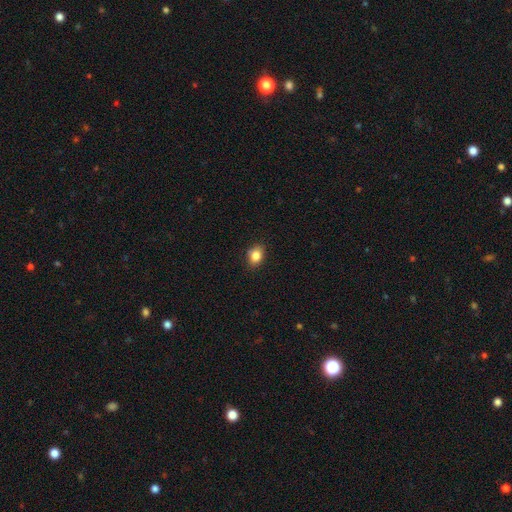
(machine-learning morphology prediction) Smooth or featured? smooth (85%)
How rounded? in between (62%)
Merging? none (85%)